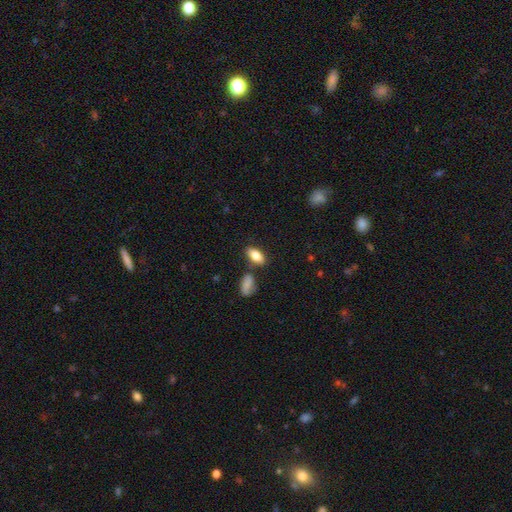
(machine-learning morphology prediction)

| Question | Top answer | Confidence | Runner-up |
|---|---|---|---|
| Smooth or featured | smooth | 82% | featured or disk (11%) |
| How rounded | in between | 89% | cigar-shaped (6%) |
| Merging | none | 74% | minor disturbance (13%) |